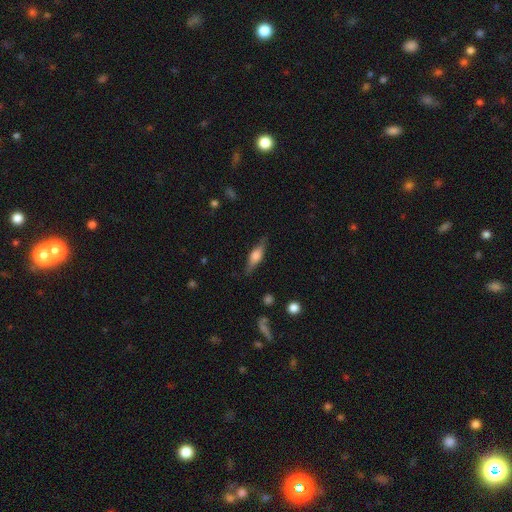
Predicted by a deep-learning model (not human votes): This appears to be a featured or disk galaxy (53%) viewed edge-on (94%). Merging: none (82%).